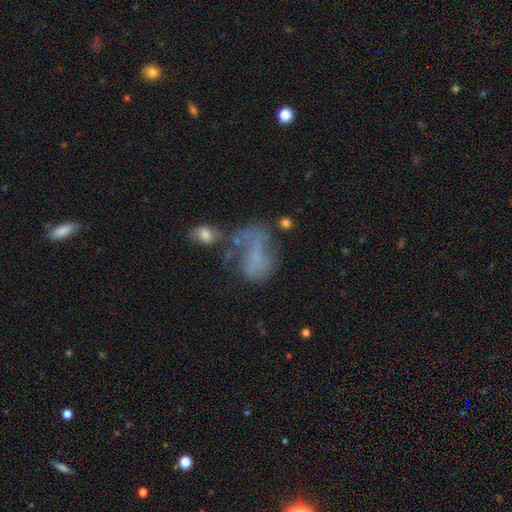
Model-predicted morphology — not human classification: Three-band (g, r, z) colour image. It shows a featured or disk galaxy (42%). Merging: major disturbance (37%).